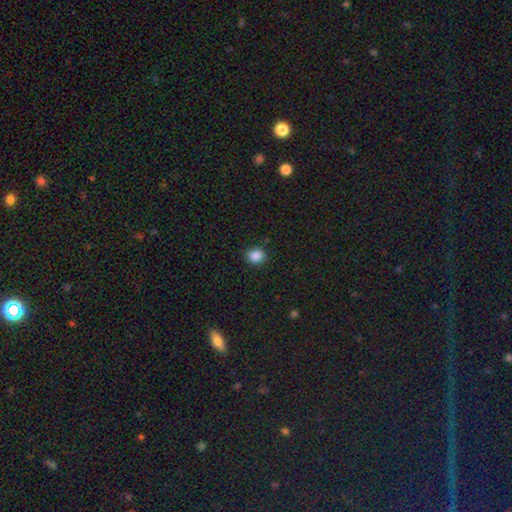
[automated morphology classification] This appears to be a smooth galaxy with no disk features (87%) that is round (76%). Merging: none (89%).